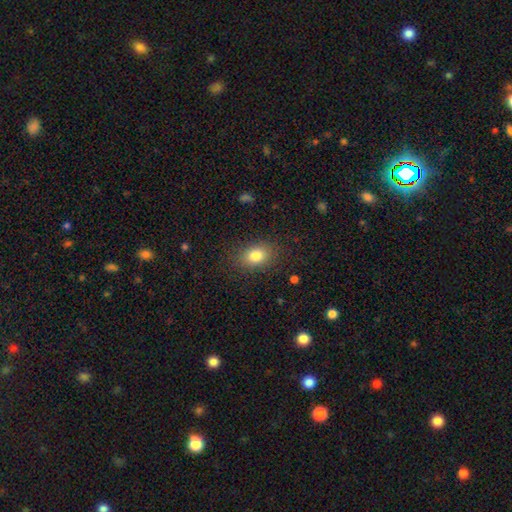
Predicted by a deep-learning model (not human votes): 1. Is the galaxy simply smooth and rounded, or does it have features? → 81% smooth, 10% star or artifact, 9% featured or disk.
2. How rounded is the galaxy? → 69% in between, 30% round, 1% cigar-shaped.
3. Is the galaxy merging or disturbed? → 84% none, 11% minor disturbance, 4% major disturbance, 1% merger.